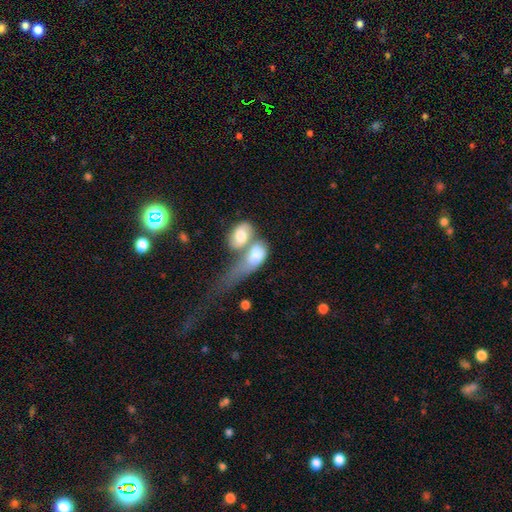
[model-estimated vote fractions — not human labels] Q: Smooth or featured?
A: smooth (64%); runner-up: featured or disk (29%)
Q: How rounded?
A: in between (77%); runner-up: round (14%)
Q: Merging?
A: merger (68%); runner-up: major disturbance (15%)